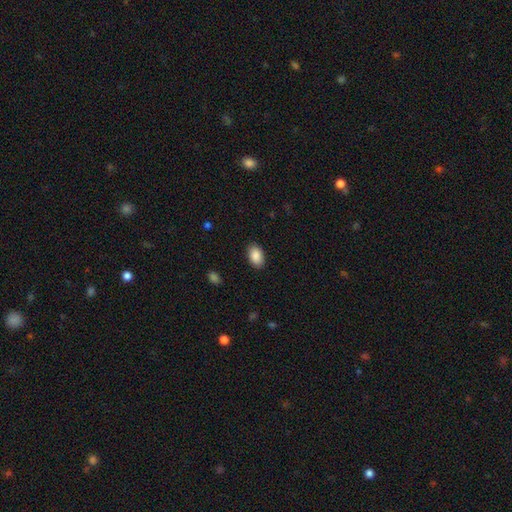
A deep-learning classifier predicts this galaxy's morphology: Smooth or featured: smooth — 90% (star or artifact — 7%)
How rounded: in between — 91% (round — 8%)
Merging: none — 88% (minor disturbance — 9%)